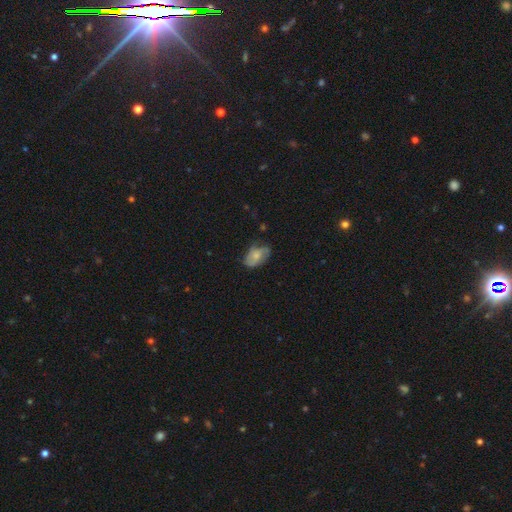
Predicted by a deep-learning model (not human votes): smooth_or_featured: smooth (p=0.50) [alt: featured or disk p=0.42]
merging: none (p=0.56) [alt: minor disturbance p=0.31]